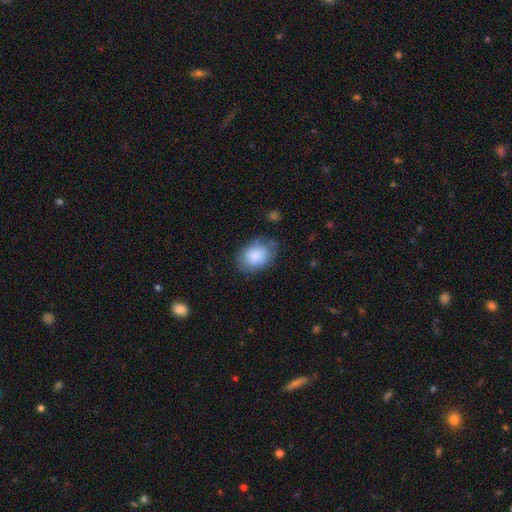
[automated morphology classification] Smooth or featured?
  - smooth: 82% *
  - featured or disk: 11%
  - star or artifact: 7%
How rounded?
  - in between: 78% *
  - round: 21%
  - cigar-shaped: 1%
Merging?
  - none: 63% *
  - minor disturbance: 27%
  - major disturbance: 9%
  - merger: 2%